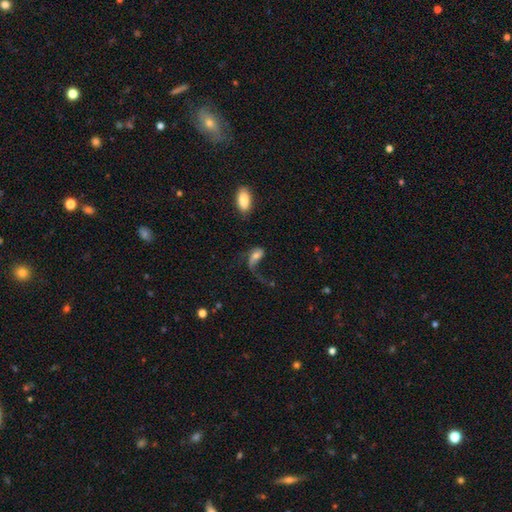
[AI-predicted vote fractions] smooth-or-featured: featured or disk: 48% | smooth: 43% | star or artifact: 9%
  merging: major disturbance: 54% | none: 24% | minor disturbance: 15% | merger: 7%